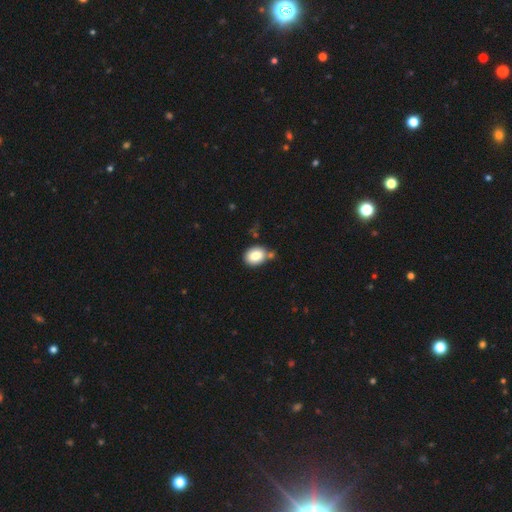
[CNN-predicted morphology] smooth-or-featured: smooth: 84% | star or artifact: 8% | featured or disk: 8%
  how-rounded: in between: 56% | round: 43% | cigar-shaped: 1%
  merging: none: 68% | minor disturbance: 15% | merger: 13% | major disturbance: 4%